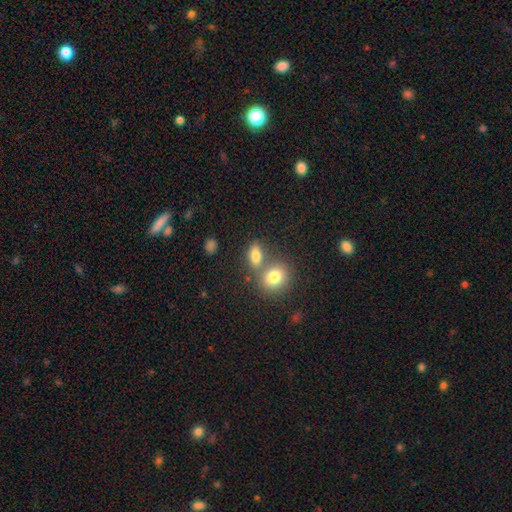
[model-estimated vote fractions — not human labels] Smooth or featured: smooth — 79% (star or artifact — 11%)
How rounded: in between — 76% (round — 19%)
Merging: none — 50% (merger — 36%)